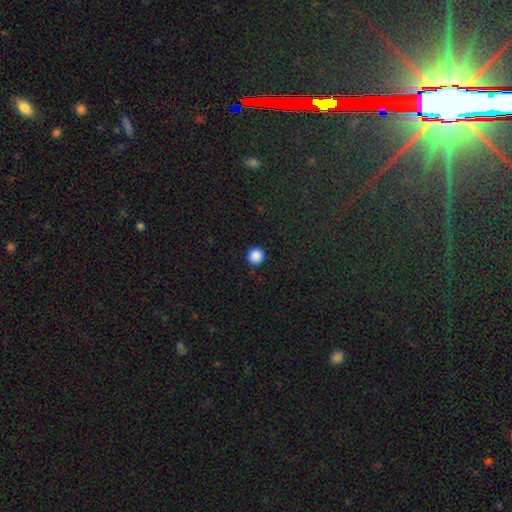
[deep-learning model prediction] A smooth galaxy with no disk features (88%) that is round (95%).

Vote fractions:
- Smooth or featured? smooth: 88% / star or artifact: 10% / featured or disk: 2%
- How rounded? round: 95% / in between: 4% / cigar-shaped: 1%
- Merging? none: 92% / minor disturbance: 5% / major disturbance: 2% / merger: 1%